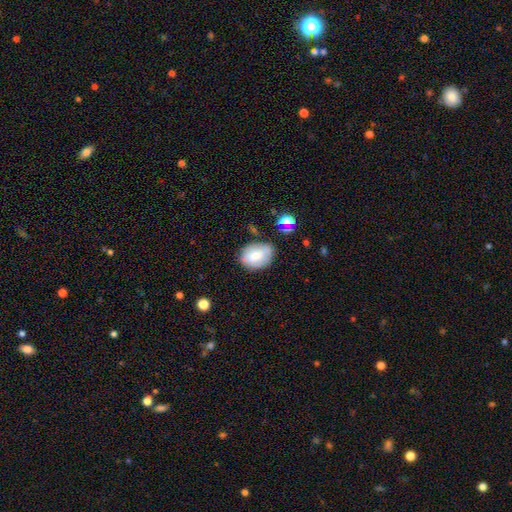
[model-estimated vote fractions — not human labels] smooth_or_featured: smooth (p=0.68) [alt: featured or disk p=0.23]
how_rounded: in between (p=0.73) [alt: round p=0.26]
merging: none (p=0.67) [alt: minor disturbance p=0.23]